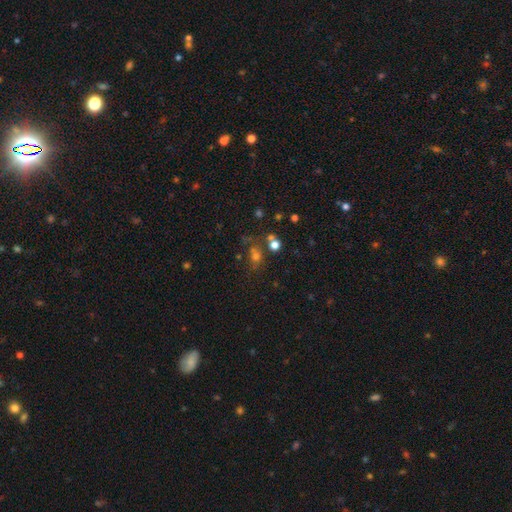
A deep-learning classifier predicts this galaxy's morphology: This is possibly a smooth galaxy (50%). How rounded: likely round (62%). Merging: possibly none (53%).